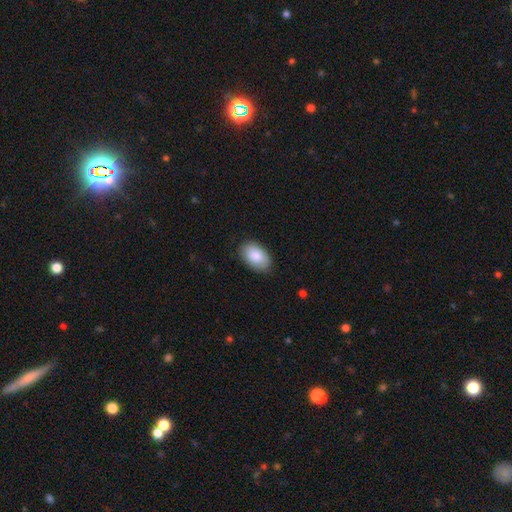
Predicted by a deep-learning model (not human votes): Q: Smooth or featured?
A: smooth (86%); runner-up: featured or disk (8%)
Q: How rounded?
A: in between (93%); runner-up: round (6%)
Q: Merging?
A: none (85%); runner-up: minor disturbance (12%)